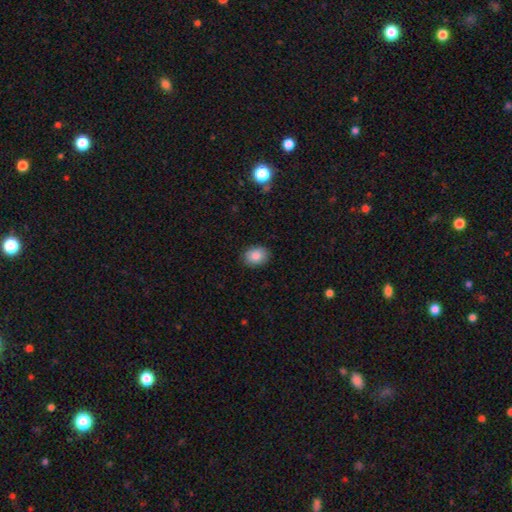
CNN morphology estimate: smooth_or_featured: smooth (p=0.87) [alt: star or artifact p=0.08]
how_rounded: in between (p=0.60) [alt: round p=0.39]
merging: none (p=0.88) [alt: minor disturbance p=0.09]